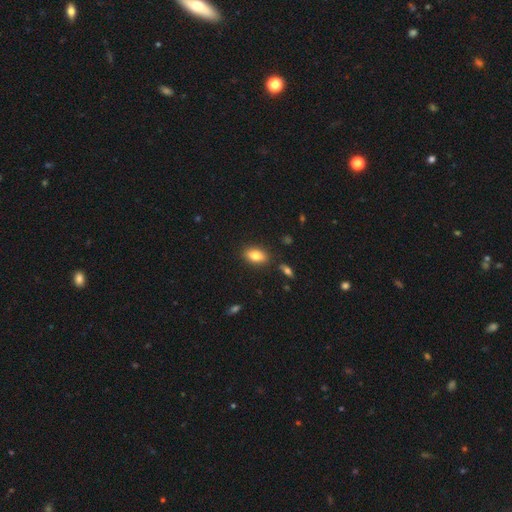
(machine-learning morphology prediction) Smooth or featured: smooth — 81% (featured or disk — 11%)
How rounded: in between — 88% (round — 7%)
Merging: none — 85% (minor disturbance — 9%)